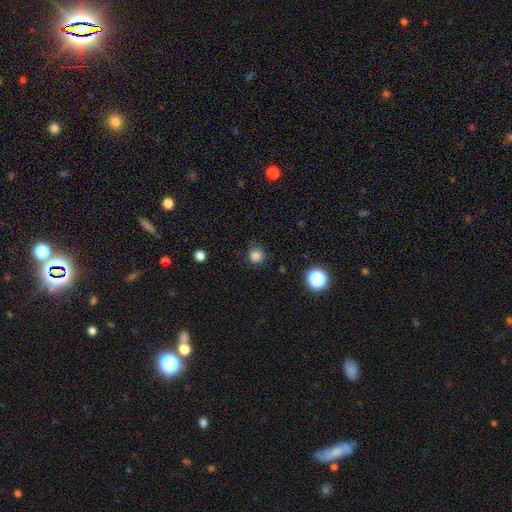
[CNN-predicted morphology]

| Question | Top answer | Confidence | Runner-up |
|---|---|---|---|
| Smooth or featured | smooth | 83% | star or artifact (14%) |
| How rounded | round | 95% | in between (4%) |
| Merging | none | 88% | minor disturbance (8%) |